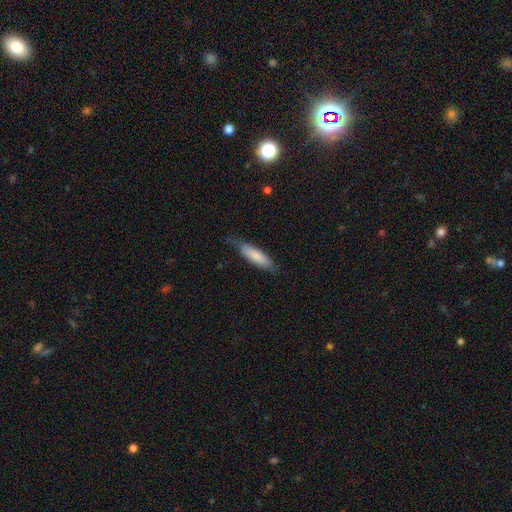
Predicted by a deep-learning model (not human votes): A smooth galaxy with no disk features (79%) that is cigar-shaped (58%). Merging: none (68%).